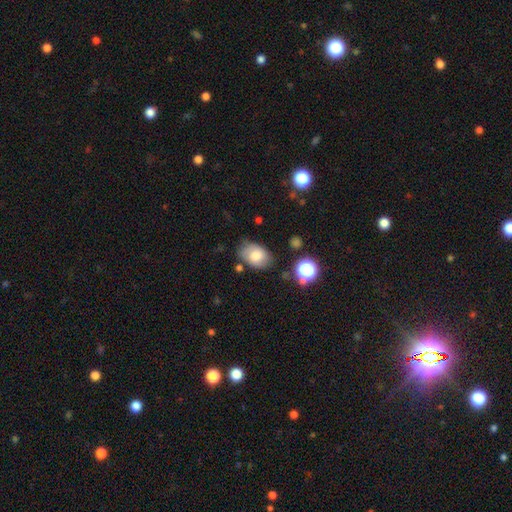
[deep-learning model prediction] Morphology: type=smooth (75%); roundness=in between (83%); merging=none (74%).